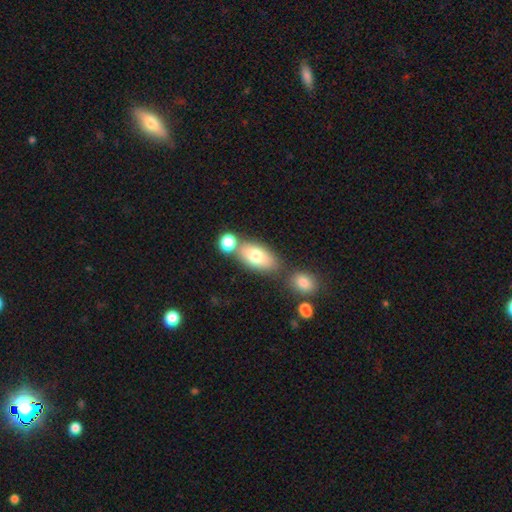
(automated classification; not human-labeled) smooth_or_featured: smooth (p=0.76) [alt: featured or disk p=0.16]
how_rounded: in between (p=0.86) [alt: round p=0.09]
merging: none (p=0.57) [alt: merger p=0.26]